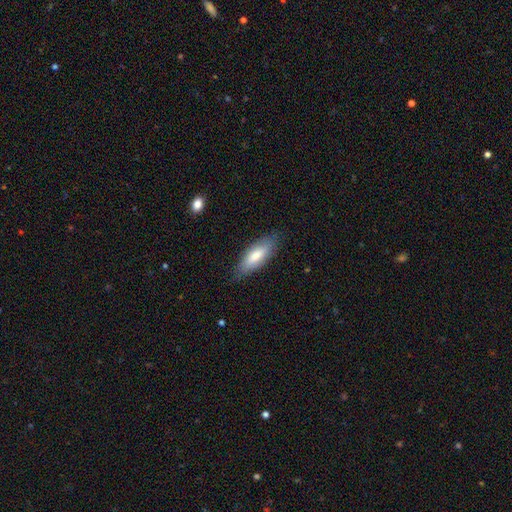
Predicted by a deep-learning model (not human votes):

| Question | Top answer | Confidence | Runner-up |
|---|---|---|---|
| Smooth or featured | smooth | 73% | featured or disk (21%) |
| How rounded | in between | 64% | cigar-shaped (34%) |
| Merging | none | 79% | minor disturbance (16%) |